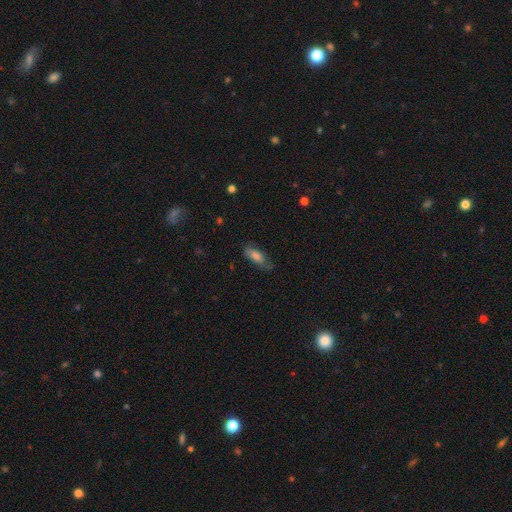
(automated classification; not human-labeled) Smooth or featured? smooth (75%)
How rounded? in between (72%)
Merging? none (67%)